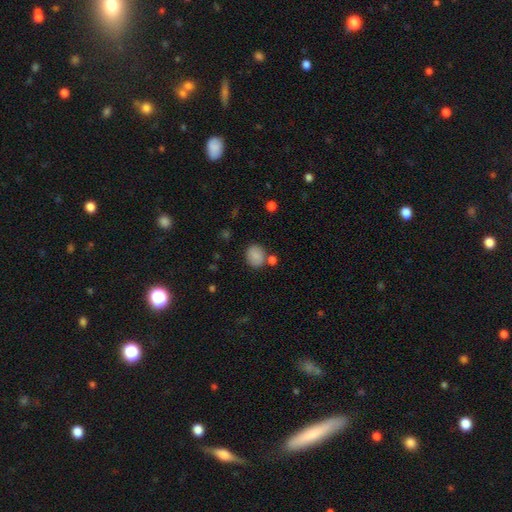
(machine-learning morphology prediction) Smooth or featured?
  - smooth: 85% *
  - star or artifact: 9%
  - featured or disk: 6%
How rounded?
  - round: 59% *
  - in between: 40%
  - cigar-shaped: 1%
Merging?
  - none: 71% *
  - minor disturbance: 14%
  - merger: 12%
  - major disturbance: 4%